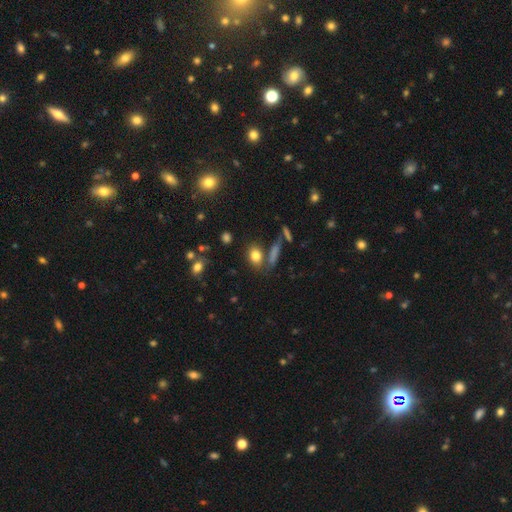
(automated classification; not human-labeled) Q: Smooth or featured?
A: smooth (81%); runner-up: star or artifact (10%)
Q: How rounded?
A: in between (71%); runner-up: round (26%)
Q: Merging?
A: none (70%); runner-up: minor disturbance (13%)